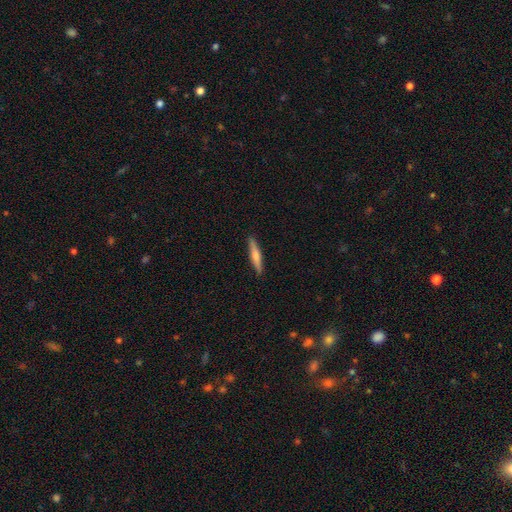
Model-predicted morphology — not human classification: Overall: smooth (56%; featured or disk 39%). How rounded: cigar-shaped (91%). Merging: none (91%).